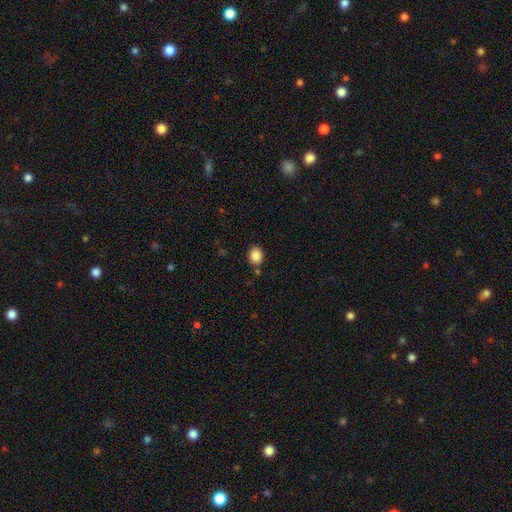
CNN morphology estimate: A smooth galaxy with no disk features (87%) that is round (54%). Merging: none (81%).